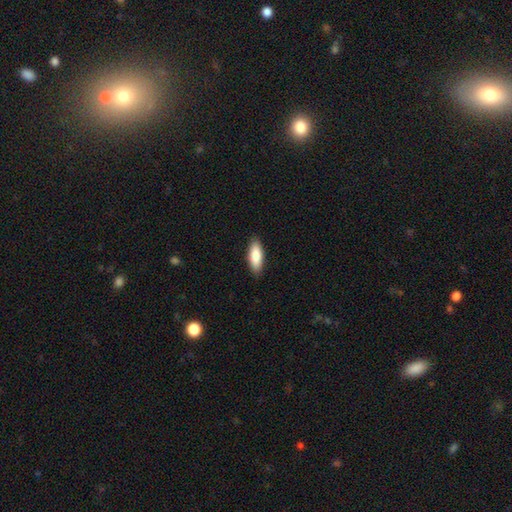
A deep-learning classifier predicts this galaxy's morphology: smooth-or-featured: smooth: 84% | featured or disk: 10% | star or artifact: 5%
  how-rounded: in between: 70% | cigar-shaped: 28% | round: 2%
  merging: none: 89% | minor disturbance: 8% | major disturbance: 2% | merger: 1%